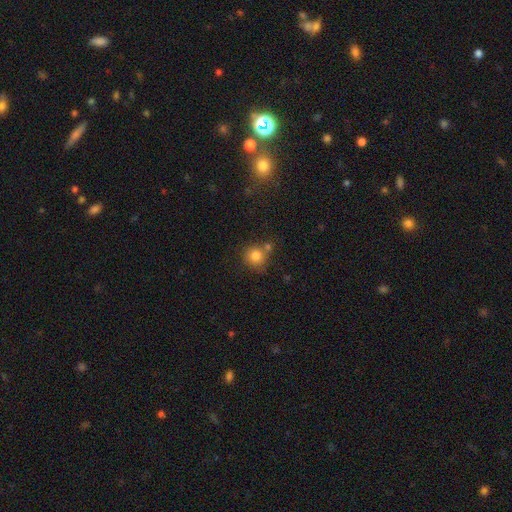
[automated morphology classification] This appears to be a smooth galaxy with no disk features (82%) that is round (89%). Merging: none (62%).